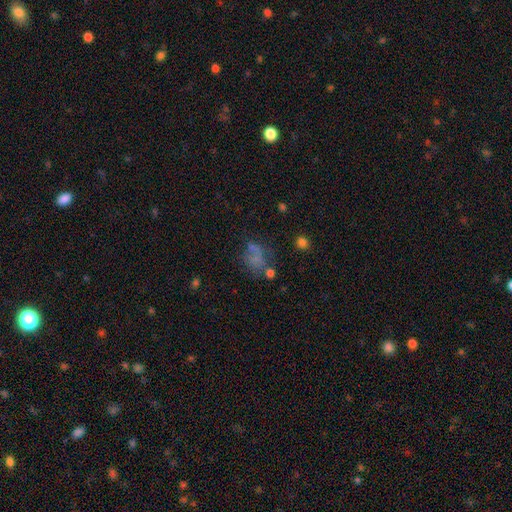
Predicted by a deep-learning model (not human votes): Q: Smooth or featured?
A: smooth (48%); runner-up: featured or disk (28%)
Q: Merging?
A: none (38%); runner-up: major disturbance (26%)